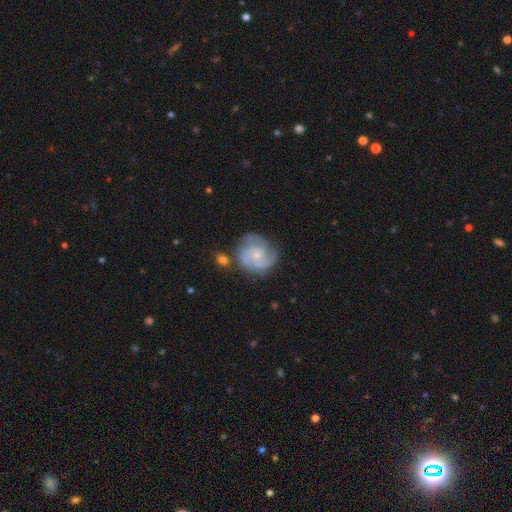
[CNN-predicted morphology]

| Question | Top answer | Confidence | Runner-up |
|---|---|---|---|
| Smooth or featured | featured or disk | 80% | smooth (14%) |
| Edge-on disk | no | 98% | yes (2%) |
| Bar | no | 71% | weak (26%) |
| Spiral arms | yes | 94% | no (6%) |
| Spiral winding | tight | 51% | medium (40%) |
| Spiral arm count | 2 | 43% | 3 (29%) |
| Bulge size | small | 64% | moderate (29%) |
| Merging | none | 66% | minor disturbance (20%) |